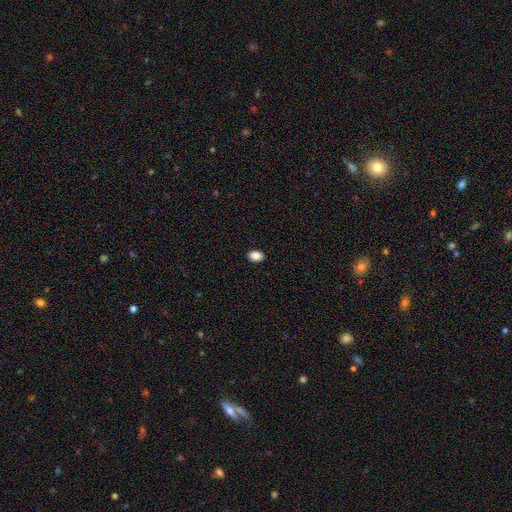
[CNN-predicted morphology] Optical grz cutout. It shows a smooth galaxy with no disk features (89%) that is in between round and cigar-shaped (83%). Merging: none (90%).